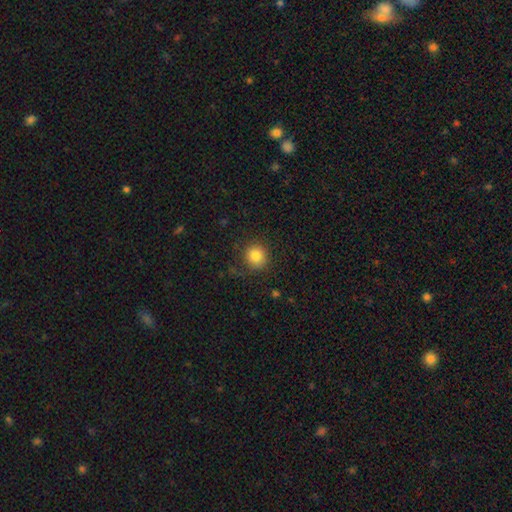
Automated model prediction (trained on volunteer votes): Smooth or featured: smooth — 85% (star or artifact — 10%)
How rounded: round — 89% (in between — 10%)
Merging: none — 83% (minor disturbance — 11%)